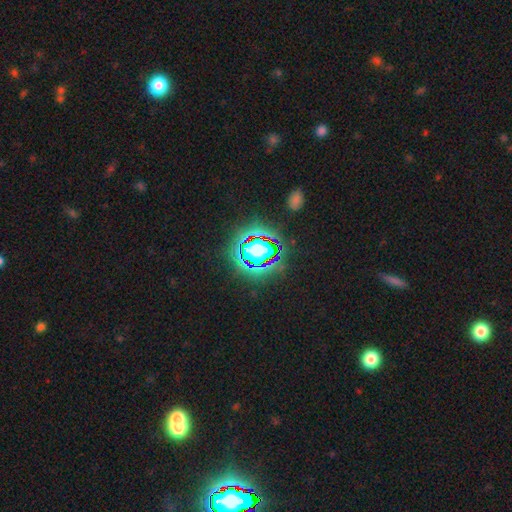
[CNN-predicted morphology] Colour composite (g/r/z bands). It shows a star or artifact, not a galaxy (79%).